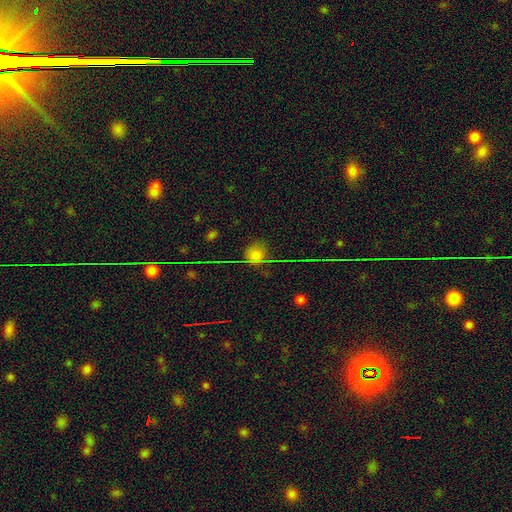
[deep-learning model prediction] A smooth galaxy with no disk features (59%) that is round (76%).

Vote fractions:
- Smooth or featured? smooth: 59% / star or artifact: 32% / featured or disk: 9%
- How rounded? round: 76% / in between: 22% / cigar-shaped: 2%
- Merging? none: 74% / minor disturbance: 17% / major disturbance: 5% / merger: 3%